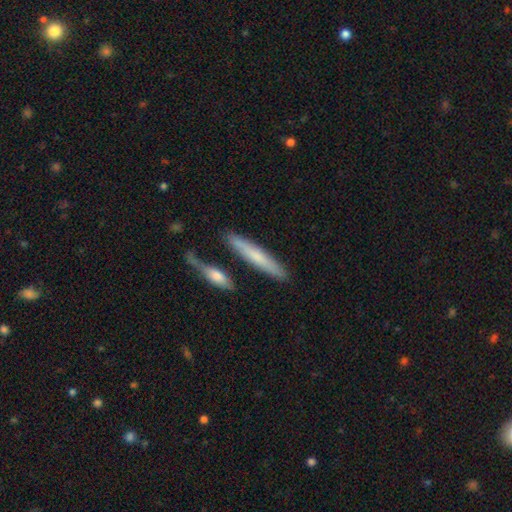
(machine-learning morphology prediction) Q: Smooth or featured?
A: smooth (61%); runner-up: featured or disk (33%)
Q: How rounded?
A: cigar-shaped (92%); runner-up: in between (7%)
Q: Merging?
A: none (79%); runner-up: minor disturbance (11%)